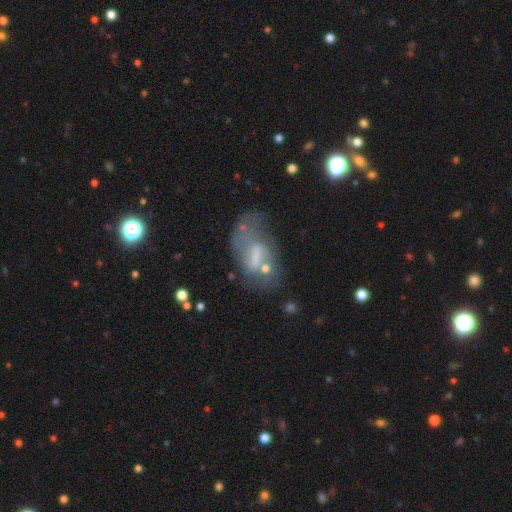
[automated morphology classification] This is possibly a featured or disk galaxy (54%). It is clearly not viewed edge-on (94%). Bar: marginally weak (42%). Spiral arm pattern: possibly no (58%). Central bulge: marginally none (39%). Merging: marginally major disturbance (33%).